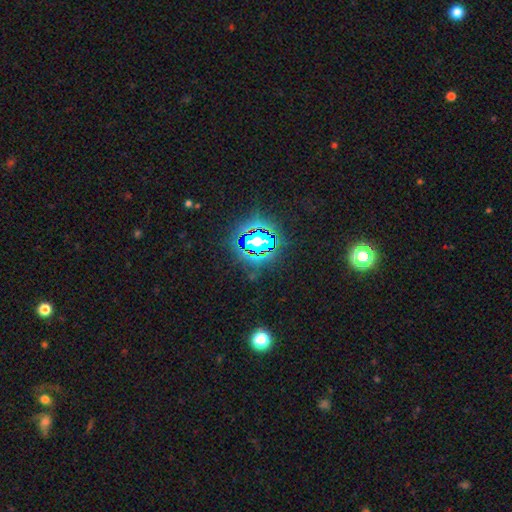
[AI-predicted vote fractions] smooth-or-featured: star or artifact: 81% | smooth: 12% | featured or disk: 7%